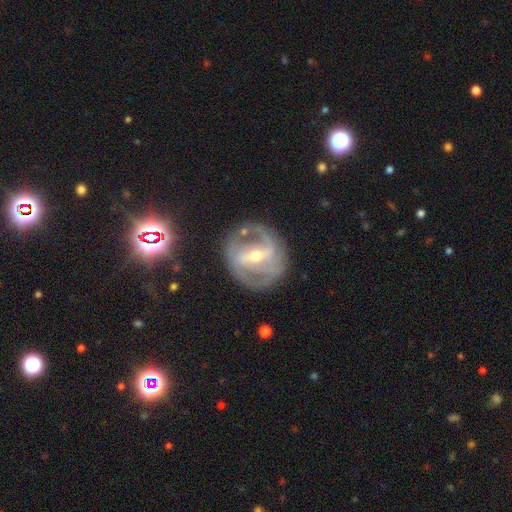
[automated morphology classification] Smooth or featured: featured or disk — 85% (smooth — 8%)
Edge-on disk: no — 96% (yes — 4%)
Bar: strong — 52% (weak — 35%)
Spiral arms: yes — 89% (no — 11%)
Spiral winding: medium — 43% (tight — 40%)
Spiral arm count: 2 — 58% (can't tell — 17%)
Bulge size: moderate — 59% (small — 36%)
Merging: none — 74% (minor disturbance — 16%)